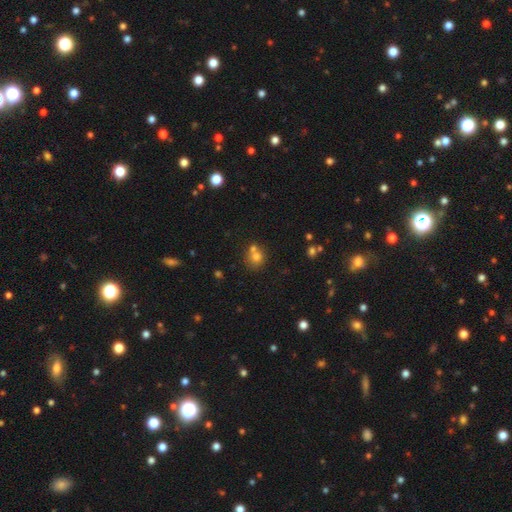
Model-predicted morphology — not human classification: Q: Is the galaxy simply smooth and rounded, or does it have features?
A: smooth — 71%.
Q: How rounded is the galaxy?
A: round — 80%.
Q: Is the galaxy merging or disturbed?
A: none — 44%, tied with merger.